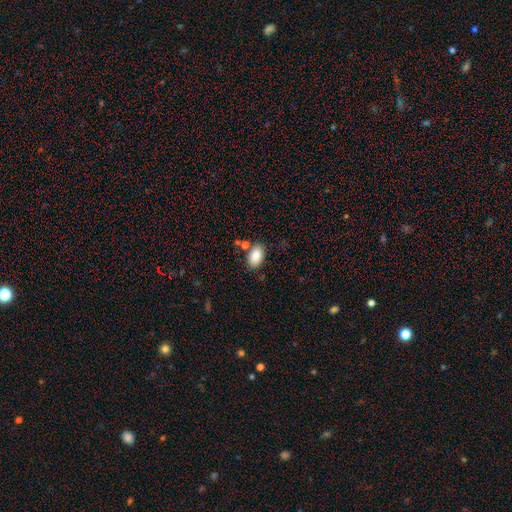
A smooth galaxy with no disk features (97%) that is in between round and cigar-shaped (100%). Merging: none (66%).